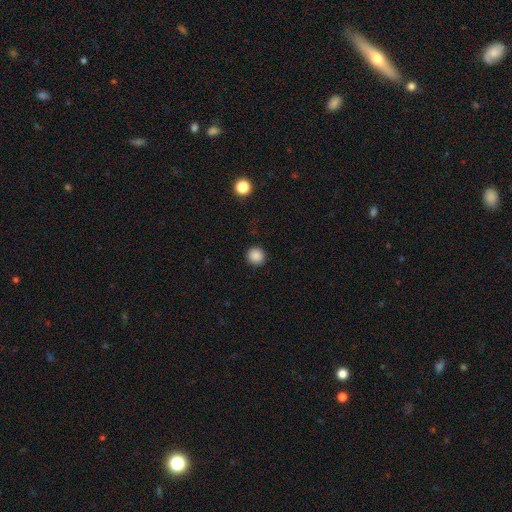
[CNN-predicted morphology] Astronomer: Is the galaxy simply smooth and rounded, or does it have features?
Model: smooth — 87%.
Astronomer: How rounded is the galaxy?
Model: round — 93%.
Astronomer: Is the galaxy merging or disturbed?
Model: none — 92%.